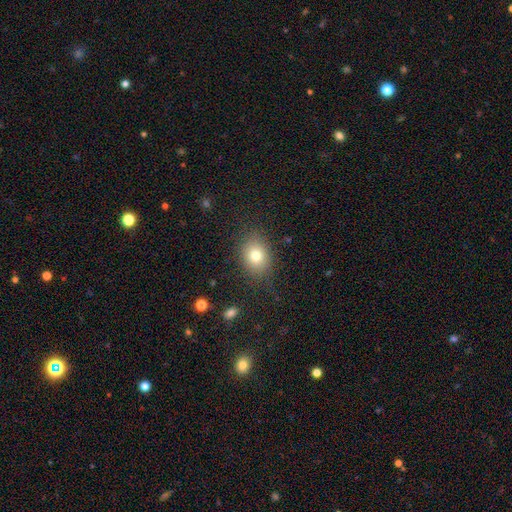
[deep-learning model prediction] Overall: smooth (77%). How rounded: in between (58%; round 41%). Merging: none (81%).